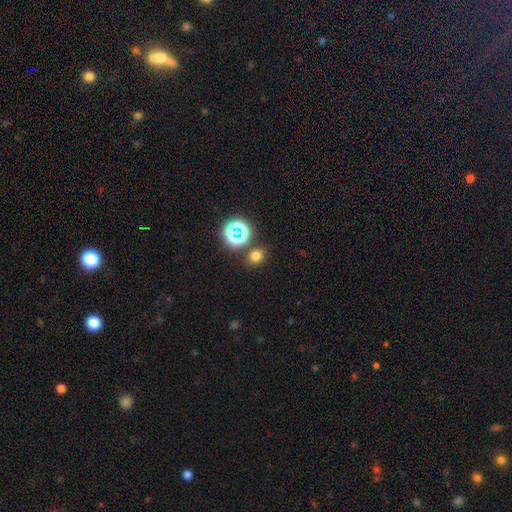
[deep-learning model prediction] Morphology: type=smooth (70%); roundness=round (68%); merging=none (83%).